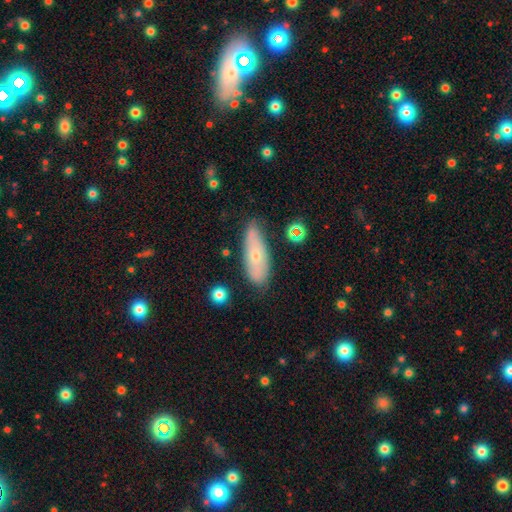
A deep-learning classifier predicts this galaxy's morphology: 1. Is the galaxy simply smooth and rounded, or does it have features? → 54% smooth, 39% featured or disk, 7% star or artifact.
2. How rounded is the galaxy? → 62% in between, 35% cigar-shaped, 3% round.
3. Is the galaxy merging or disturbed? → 72% none, 21% minor disturbance, 4% major disturbance, 2% merger.